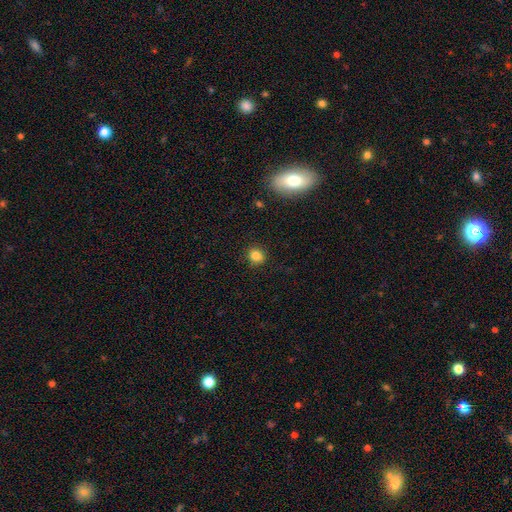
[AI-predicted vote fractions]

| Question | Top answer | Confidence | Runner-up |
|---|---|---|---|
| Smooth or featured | smooth | 83% | star or artifact (12%) |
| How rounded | round | 80% | in between (19%) |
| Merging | none | 88% | minor disturbance (8%) |